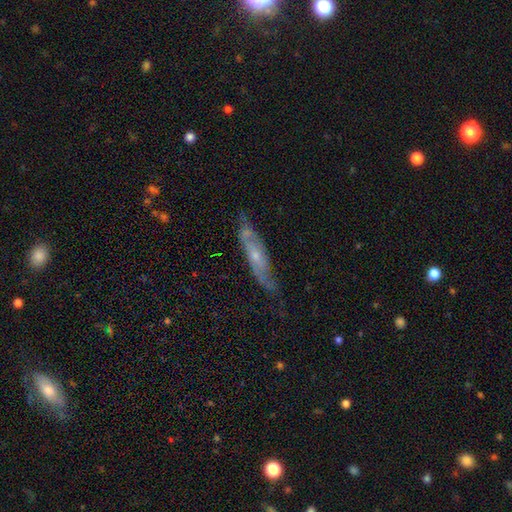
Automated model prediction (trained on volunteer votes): Smooth or featured: featured or disk — 67% (smooth — 27%)
Edge-on disk: no — 60% (yes — 40%)
Merging: none — 61% (minor disturbance — 26%)